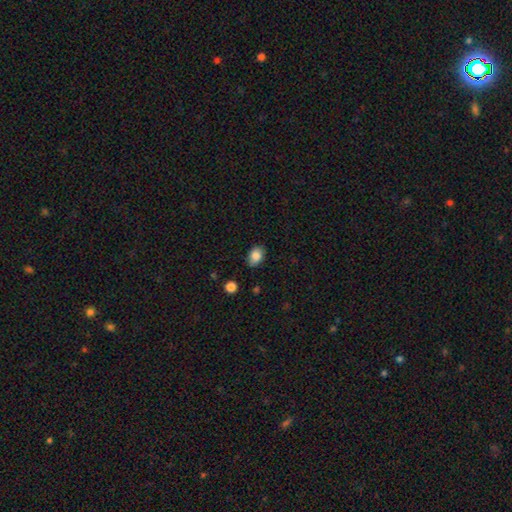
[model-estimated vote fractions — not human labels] smooth 85%, star or artifact 8%, featured or disk 7%. Down the decision tree: how rounded — in between (80%); merging — none (81%).